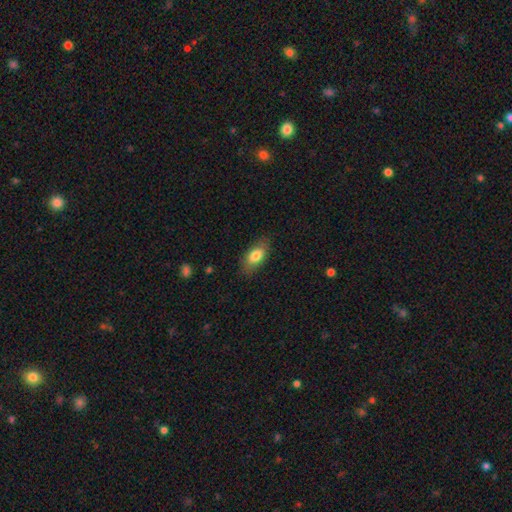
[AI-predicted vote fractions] Overall: smooth (79%). How rounded: in between (88%). Merging: none (82%).